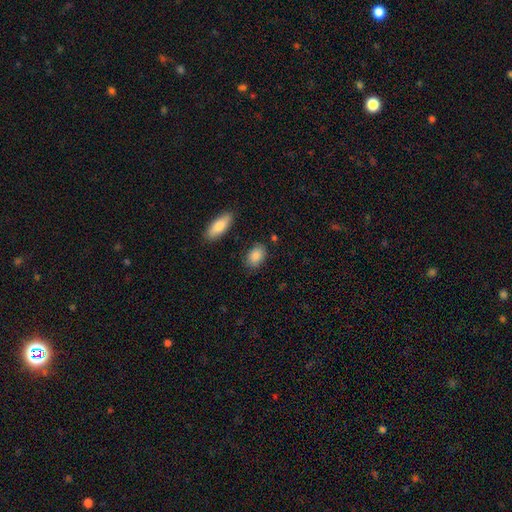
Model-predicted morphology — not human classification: Overall: smooth (88%). How rounded: in between (86%). Merging: none (81%).